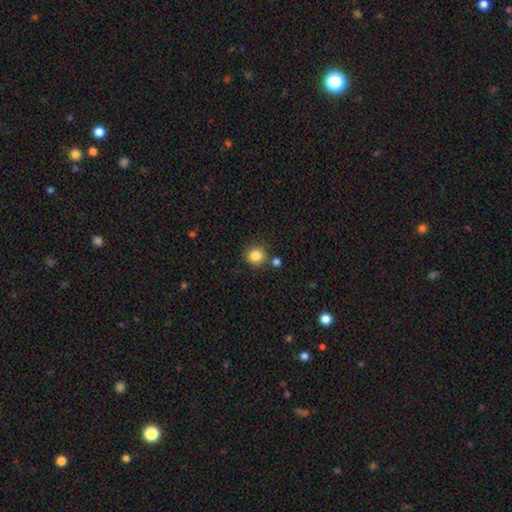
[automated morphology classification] Smooth or featured? Predicted: smooth (p=0.85). How rounded? Predicted: round (p=0.91). Merging? Predicted: none (p=0.79).